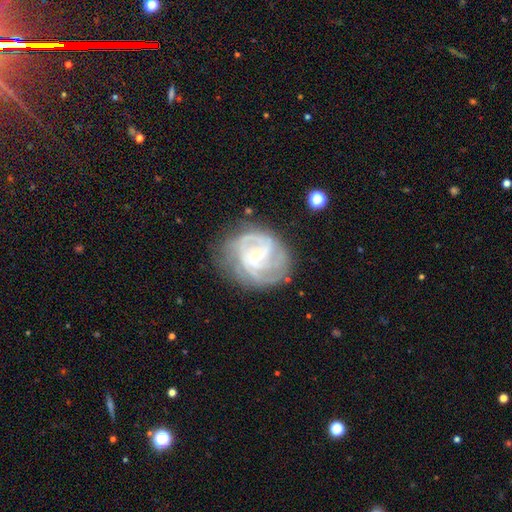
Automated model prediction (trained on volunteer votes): smooth_or_featured: featured or disk (p=0.86) [alt: smooth p=0.08]
disk_edge_on: no (p=0.98) [alt: yes p=0.02]
bar: no (p=0.61) [alt: weak p=0.31]
has_spiral_arms: yes (p=0.95) [alt: no p=0.05]
spiral_winding: tight (p=0.57) [alt: medium p=0.35]
spiral_arm_count: 3 (p=0.28) [alt: can't tell p=0.25]
bulge_size: small (p=0.78) [alt: moderate p=0.18]
merging: none (p=0.69) [alt: minor disturbance p=0.19]